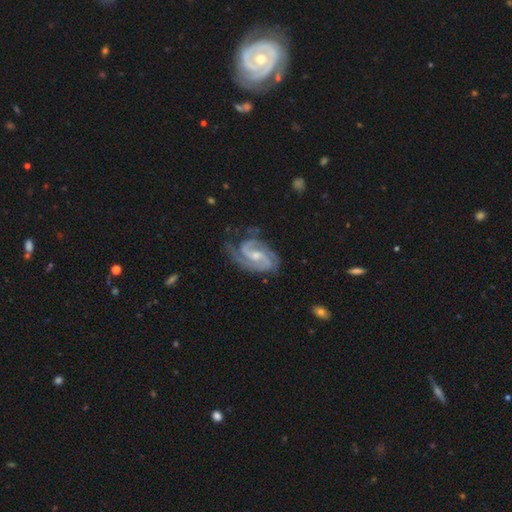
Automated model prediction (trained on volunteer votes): Morphology: type=featured or disk (92%); edge-on=no (97%); bar=weak (47%); spiral arms=yes (98%); winding=medium (46%); arm count=2 (67%); bulge=moderate (51%); merging=none (68%).